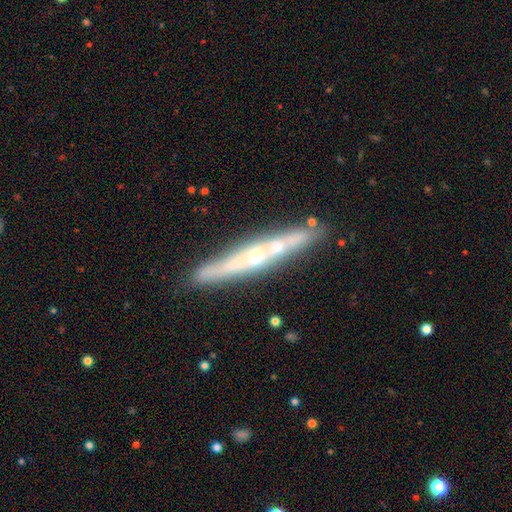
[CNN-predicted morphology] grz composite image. It shows a featured or disk galaxy (72%) viewed edge-on (90%) with a rounded central bulge (57%). Merging: none (79%).